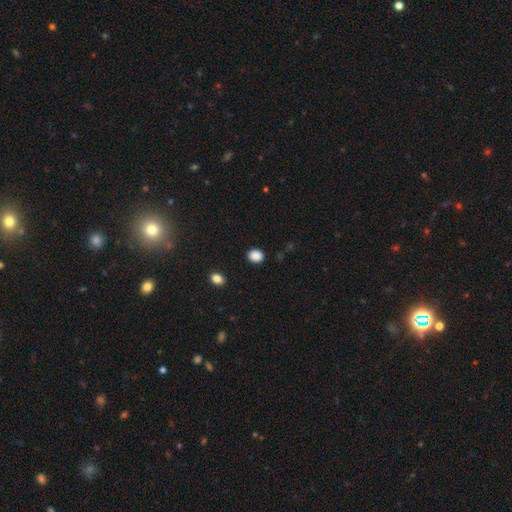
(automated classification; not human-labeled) Morphology: type=smooth (88%); roundness=round (62%); merging=none (89%).